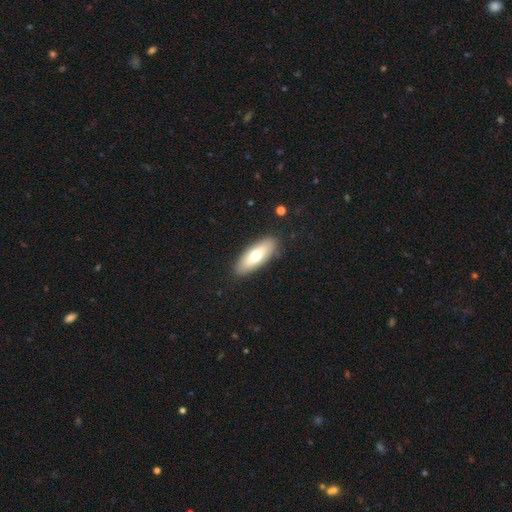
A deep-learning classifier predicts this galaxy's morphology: Q: Smooth or featured?
A: smooth (66%); runner-up: featured or disk (28%)
Q: How rounded?
A: in between (71%); runner-up: cigar-shaped (27%)
Q: Merging?
A: none (88%); runner-up: minor disturbance (9%)